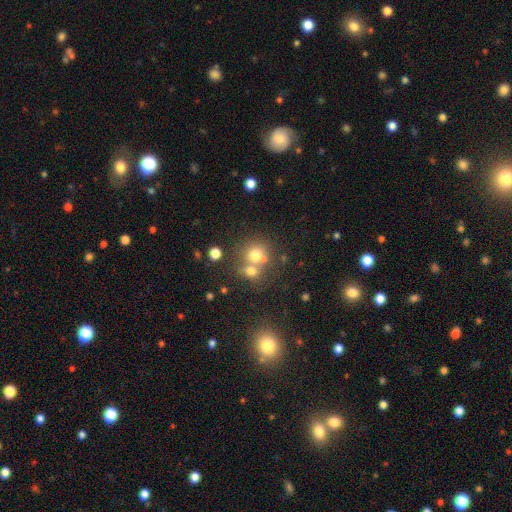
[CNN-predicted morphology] Smooth or featured: smooth — 70% (star or artifact — 16%)
How rounded: round — 85% (in between — 14%)
Merging: none — 46% (merger — 42%)